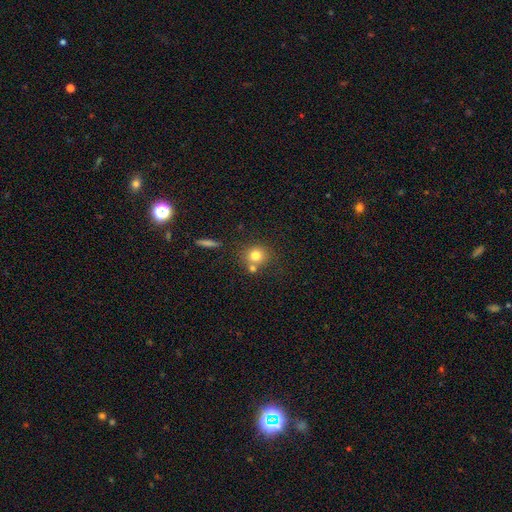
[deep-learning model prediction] The model was most divided on "merging": none: 64%, merger: 23%, minor disturbance: 10%, major disturbance: 3%. More confident: how rounded — round (86%); smooth or featured — smooth (77%).